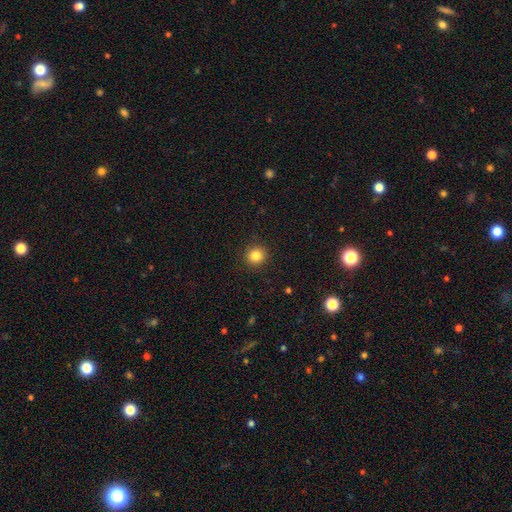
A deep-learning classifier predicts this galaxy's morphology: smooth_or_featured: smooth (p=0.84) [alt: star or artifact p=0.11]
how_rounded: round (p=0.92) [alt: in between p=0.07]
merging: none (p=0.92) [alt: minor disturbance p=0.05]